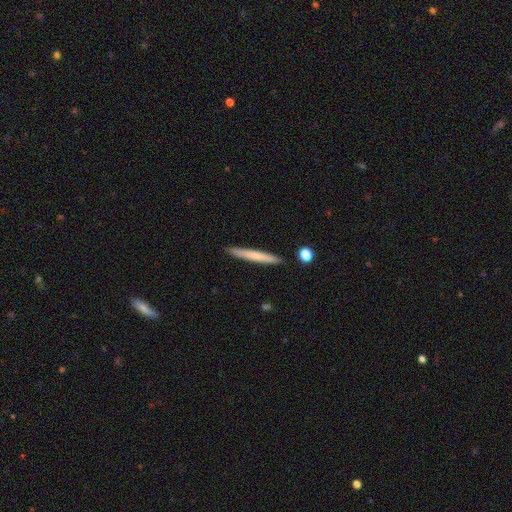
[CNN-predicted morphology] Smooth or featured? Predicted: smooth (p=0.65). How rounded? Predicted: cigar-shaped (p=0.96). Merging? Predicted: none (p=0.90).